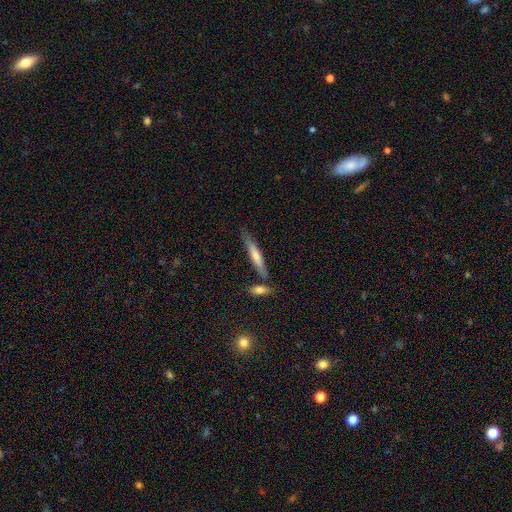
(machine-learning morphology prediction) This appears to be a featured or disk galaxy (50%) viewed edge-on (93%). Merging: none (78%).